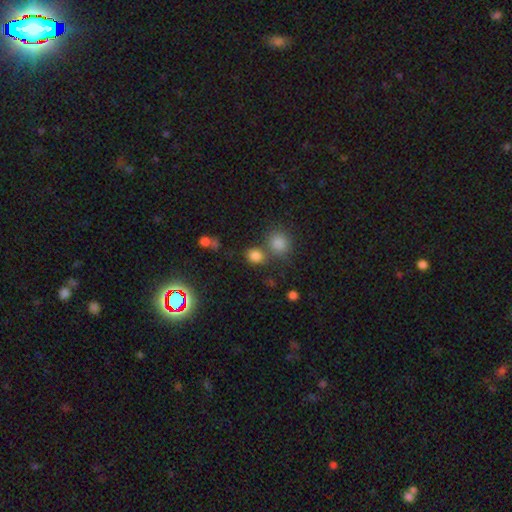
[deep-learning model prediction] A smooth galaxy with no disk features (80%) that is round (66%). Merging: none (60%).